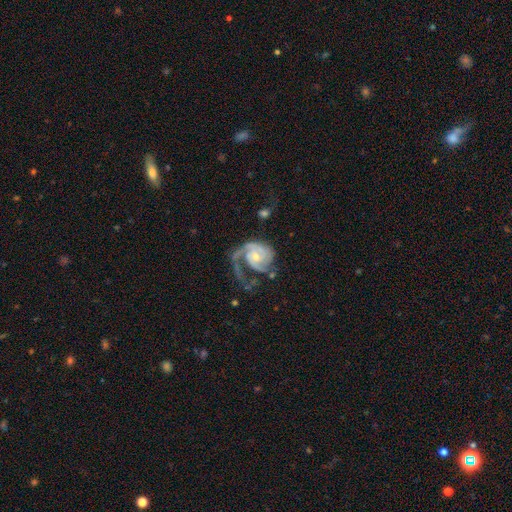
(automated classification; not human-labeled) Smooth or featured: featured or disk — 88% (smooth — 7%)
Edge-on disk: no — 98% (yes — 2%)
Bar: no — 64% (weak — 29%)
Spiral arms: yes — 96% (no — 4%)
Spiral winding: medium — 43% (tight — 36%)
Spiral arm count: 2 — 44% (1 — 28%)
Bulge size: small — 54% (moderate — 40%)
Merging: major disturbance — 40% (none — 37%)